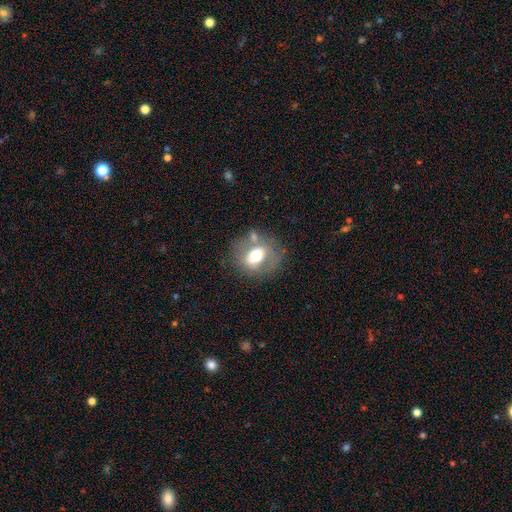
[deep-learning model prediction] Smooth or featured? Predicted: smooth (p=0.50). Merging? Predicted: none (p=0.60).